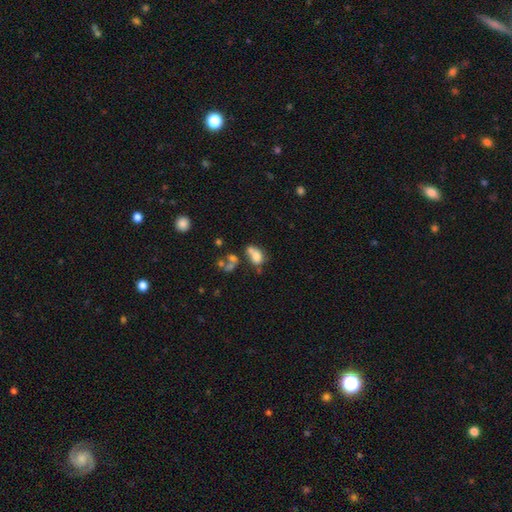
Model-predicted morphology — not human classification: smooth 67%, featured or disk 20%, star or artifact 13%. Down the decision tree: how rounded — in between (76%); merging — merger (43%).